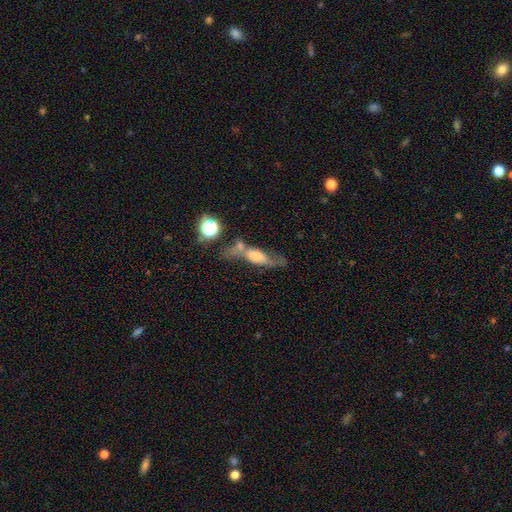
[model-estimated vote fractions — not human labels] Q: Smooth or featured?
A: featured or disk (52%); runner-up: smooth (36%)
Q: Edge-on disk?
A: yes (57%); runner-up: no (43%)
Q: Merging?
A: none (39%); runner-up: merger (26%)